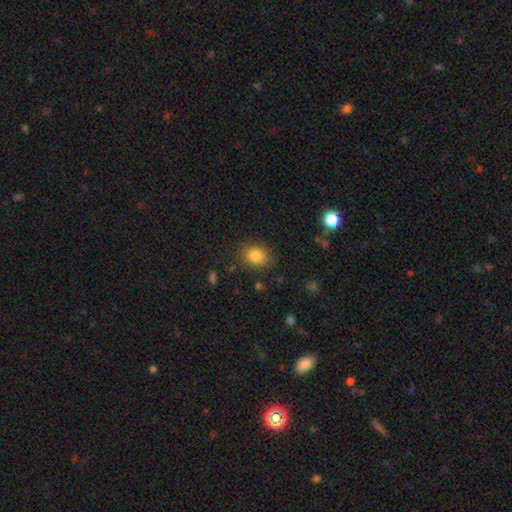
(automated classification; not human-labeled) A smooth galaxy with no disk features (84%) that is round (50%). Merging: none (81%).